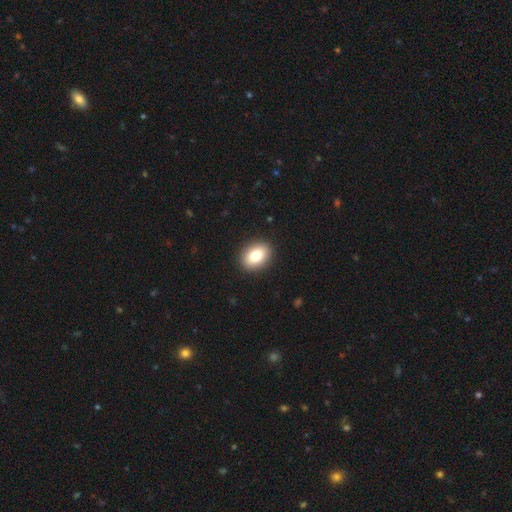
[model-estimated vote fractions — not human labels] A smooth galaxy with no disk features (81%) that is in between round and cigar-shaped (69%).

Vote fractions:
- Smooth or featured? smooth: 81% / featured or disk: 11% / star or artifact: 9%
- How rounded? in between: 69% / round: 30% / cigar-shaped: 1%
- Merging? none: 91% / minor disturbance: 6% / major disturbance: 2% / merger: 1%